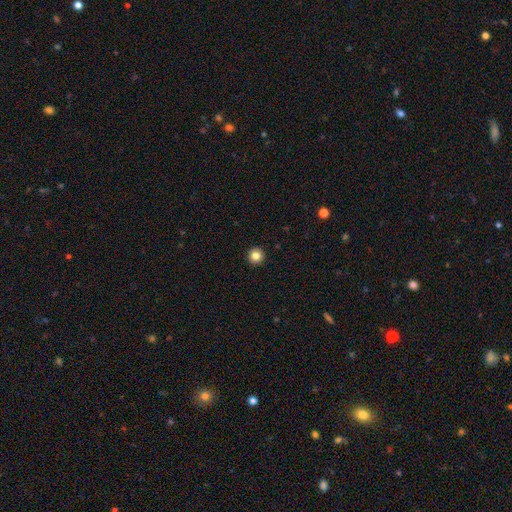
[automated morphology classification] smooth_or_featured: smooth (p=0.84) [alt: star or artifact p=0.11]
how_rounded: round (p=0.96) [alt: in between p=0.03]
merging: none (p=0.94) [alt: minor disturbance p=0.04]